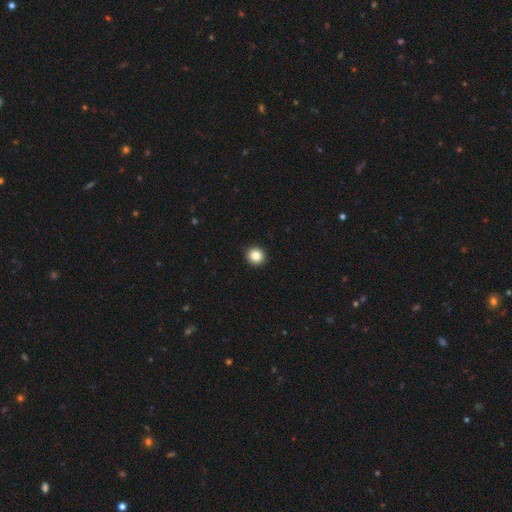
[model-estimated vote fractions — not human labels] Morphology: type=smooth (85%); roundness=round (95%); merging=none (94%).